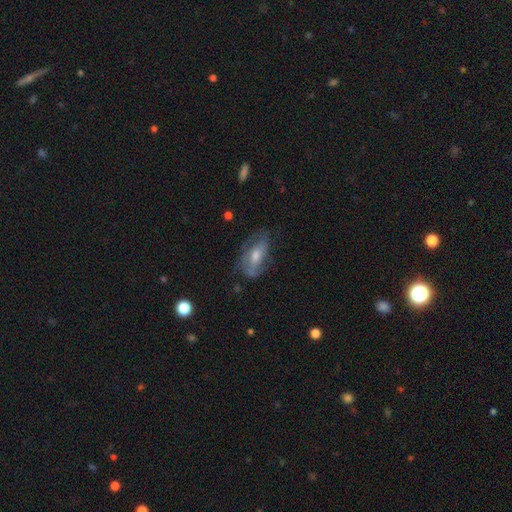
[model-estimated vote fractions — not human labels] Smooth or featured? featured or disk (61%)
Edge-on disk? no (88%)
Bar? no (52%)
Spiral arms? yes (77%)
Bulge size? moderate (57%)
Merging? none (63%)